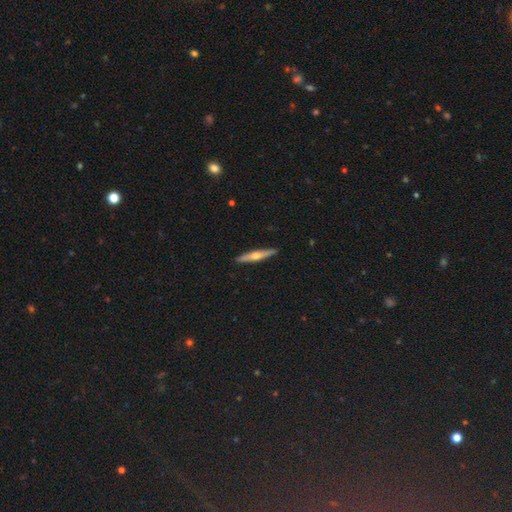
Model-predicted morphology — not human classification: smooth-or-featured: featured or disk: 57% | smooth: 37% | star or artifact: 5%
  disk-edge-on: yes: 96% | no: 4%
    edge-on-bulge: rounded: 90% | none: 7% | boxy: 3%
  merging: none: 91% | minor disturbance: 6% | major disturbance: 1% | merger: 1%